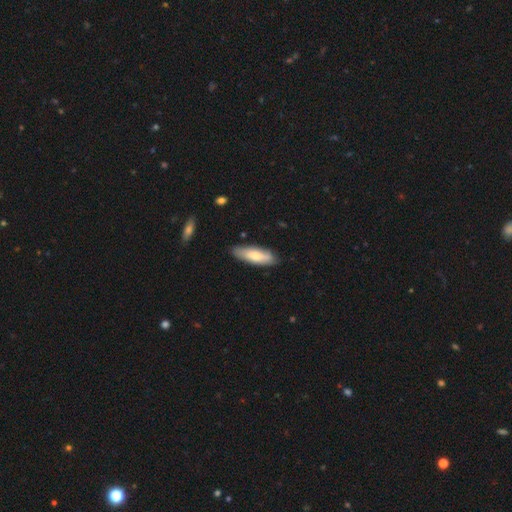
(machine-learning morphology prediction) This is likely a smooth galaxy (71%). How rounded: possibly in between (54%). Merging: clearly none (80%).